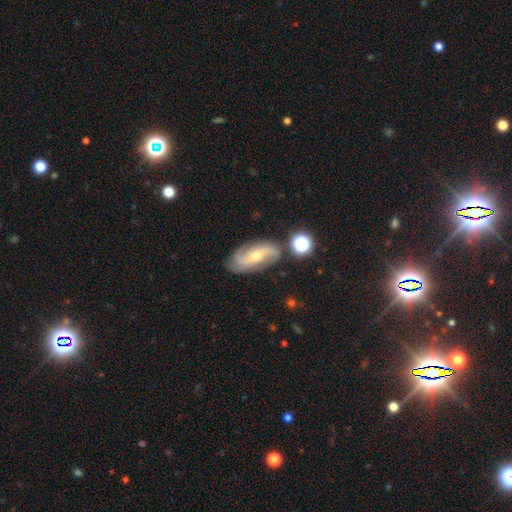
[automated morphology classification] Smooth or featured?
  - featured or disk: 78% *
  - smooth: 14%
  - star or artifact: 8%
Edge-on disk?
  - no: 93% *
  - yes: 7%
Bar?
  - no: 54% *
  - weak: 33%
  - strong: 13%
Spiral arms?
  - yes: 94% *
  - no: 6%
Spiral winding?
  - medium: 42% *
  - tight: 30%
  - loose: 28%
Spiral arm count?
  - 2: 40% *
  - 3: 28%
  - can't tell: 17%
  - 4: 7%
  - 1: 4%
  - more than 4: 4%
Bulge size?
  - small: 48% * (tied)
  - moderate: 48% * (tied)
  - large: 2%
  - none: 1%
  - dominant: 1%
Merging?
  - none: 74% *
  - minor disturbance: 16%
  - major disturbance: 5%
  - merger: 5%